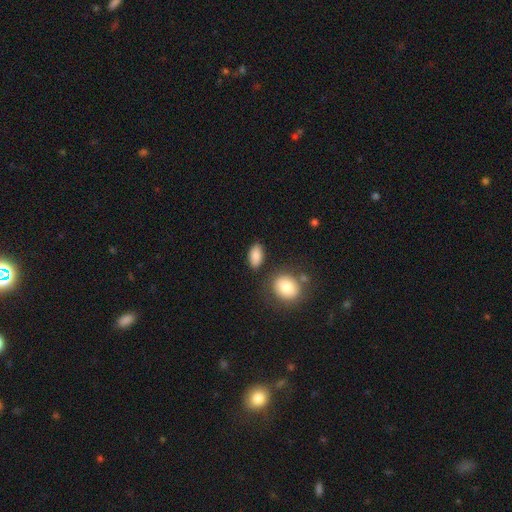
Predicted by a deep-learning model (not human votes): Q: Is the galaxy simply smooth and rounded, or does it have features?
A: smooth — 88%.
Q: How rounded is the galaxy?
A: in between — 91%.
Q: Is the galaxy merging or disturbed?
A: none — 81%.